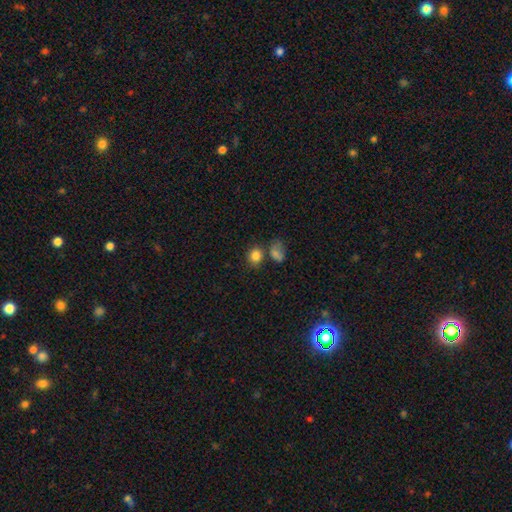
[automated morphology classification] smooth_or_featured: smooth (p=0.83) [alt: star or artifact p=0.11]
how_rounded: round (p=0.64) [alt: in between p=0.35]
merging: none (p=0.61) [alt: merger p=0.19]